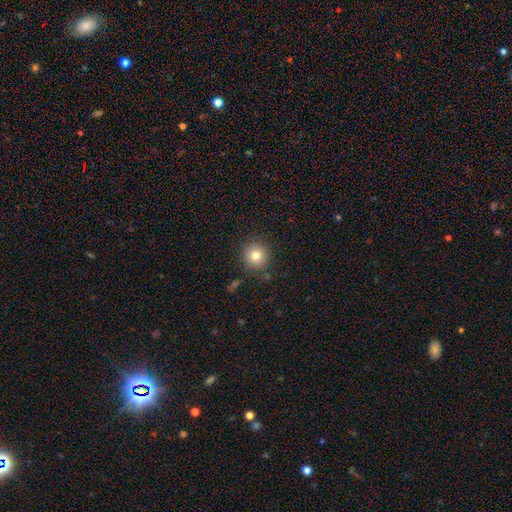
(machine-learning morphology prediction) smooth_or_featured: smooth (p=0.79) [alt: star or artifact p=0.12]
how_rounded: round (p=0.94) [alt: in between p=0.05]
merging: none (p=0.89) [alt: minor disturbance p=0.07]